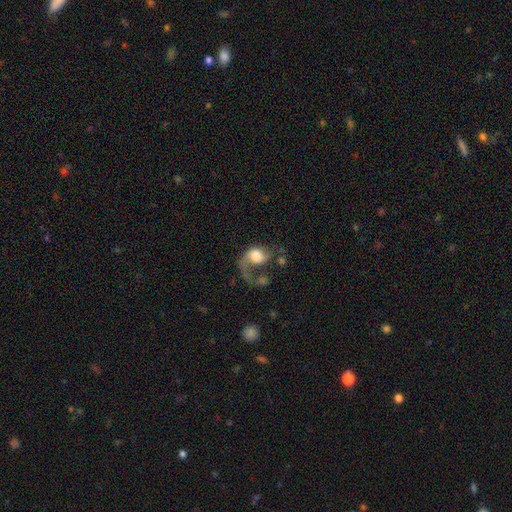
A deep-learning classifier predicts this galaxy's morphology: featured or disk 58%, smooth 34%, star or artifact 8%. Down the decision tree: edge-on disk — no (97%); bar — no (71%); spiral arms — yes (83%); bulge size — large (42%); merging — major disturbance (53%).